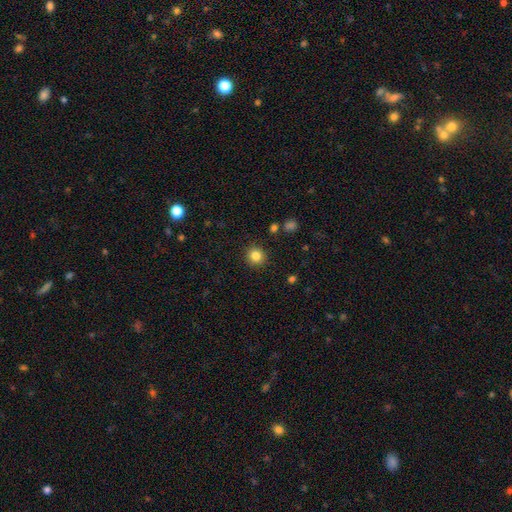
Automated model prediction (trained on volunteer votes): This is clearly a smooth galaxy (83%). How rounded: clearly round (92%). Merging: clearly none (91%).